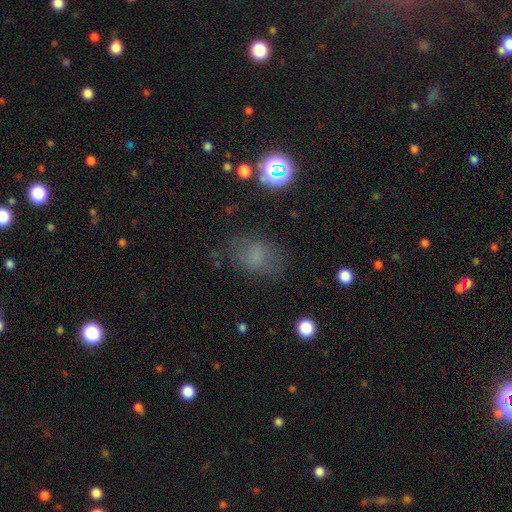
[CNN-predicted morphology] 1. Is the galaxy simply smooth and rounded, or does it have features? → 64% smooth, 19% star or artifact, 16% featured or disk.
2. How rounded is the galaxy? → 70% in between, 28% round, 1% cigar-shaped.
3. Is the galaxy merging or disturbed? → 65% none, 21% minor disturbance, 12% major disturbance, 2% merger.